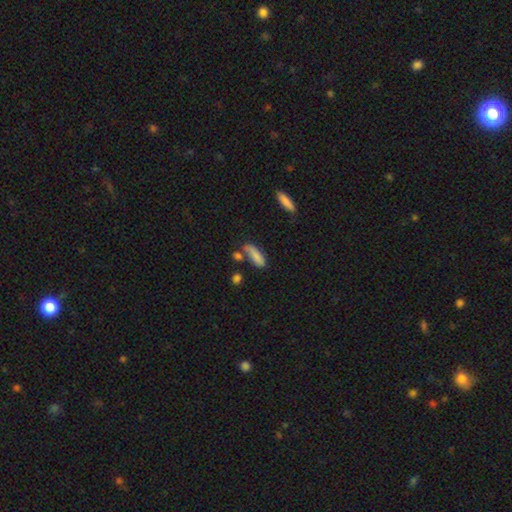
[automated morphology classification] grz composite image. It shows a smooth galaxy with no disk features (79%) that is in between round and cigar-shaped (56%). Merging: none (52%).